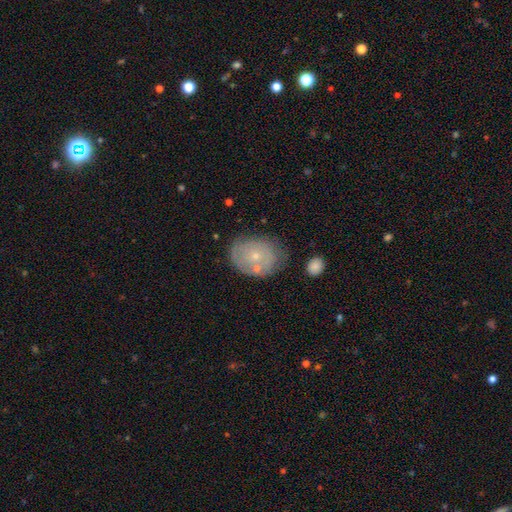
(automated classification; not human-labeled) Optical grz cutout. It shows a smooth galaxy with no disk features (47%). Merging: none (62%).